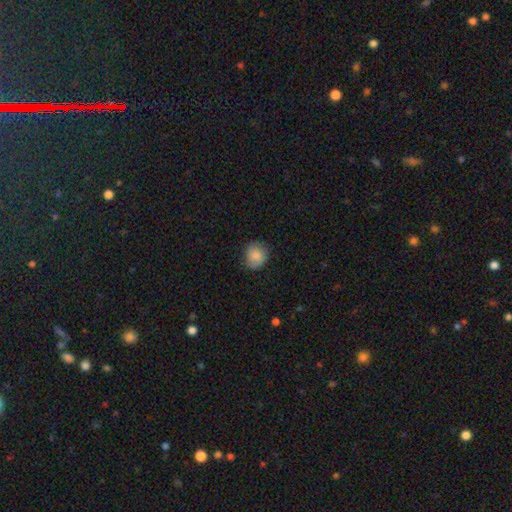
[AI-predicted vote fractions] smooth 84%, star or artifact 8%, featured or disk 8%. Down the decision tree: how rounded — round (81%); merging — none (79%).